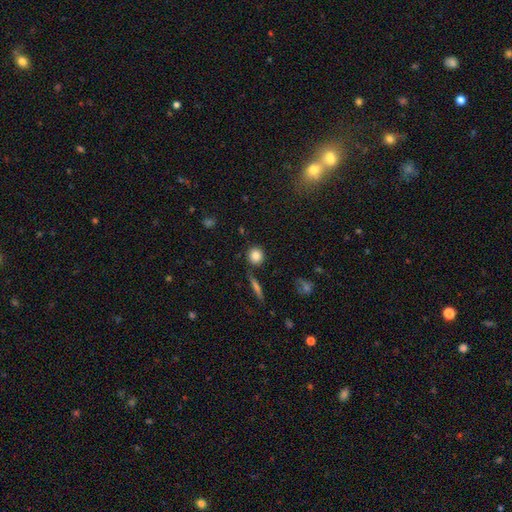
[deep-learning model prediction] This is clearly a smooth galaxy (84%). How rounded: clearly round (89%). Merging: clearly none (83%).